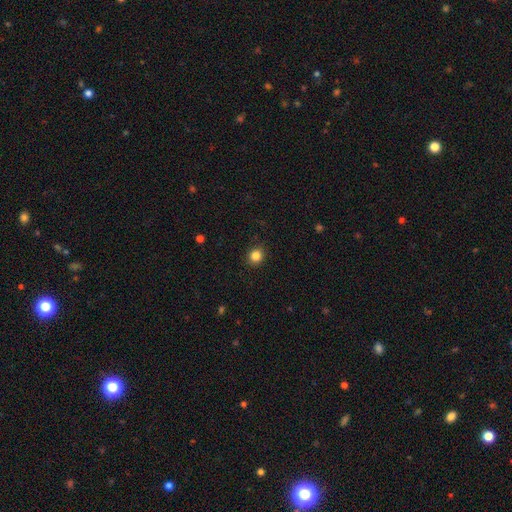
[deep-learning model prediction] A smooth galaxy with no disk features (84%) that is round (82%). Merging: none (91%).